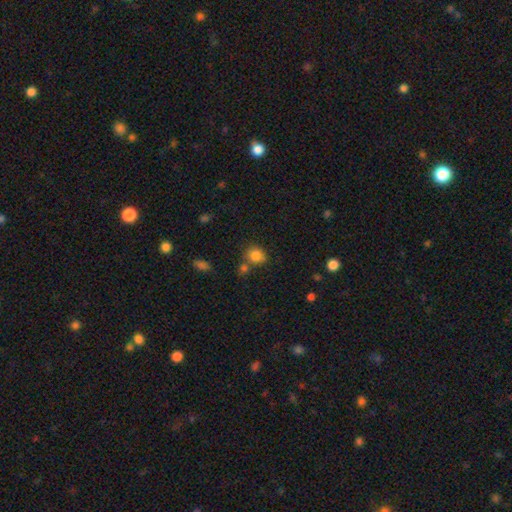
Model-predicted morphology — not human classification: A smooth galaxy with no disk features (82%) that is round (71%).

Vote fractions:
- Smooth or featured? smooth: 82% / star or artifact: 11% / featured or disk: 7%
- How rounded? round: 71% / in between: 28% / cigar-shaped: 1%
- Merging? none: 59% / merger: 20% / minor disturbance: 16% / major disturbance: 5%